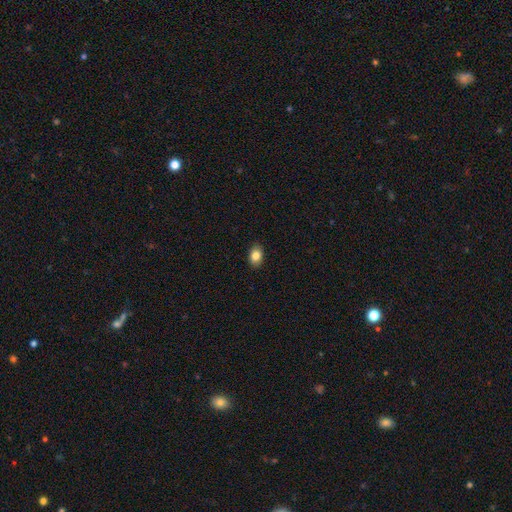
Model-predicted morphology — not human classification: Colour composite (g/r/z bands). It shows a smooth galaxy with no disk features (85%) that is in between round and cigar-shaped (80%). Merging: none (90%).